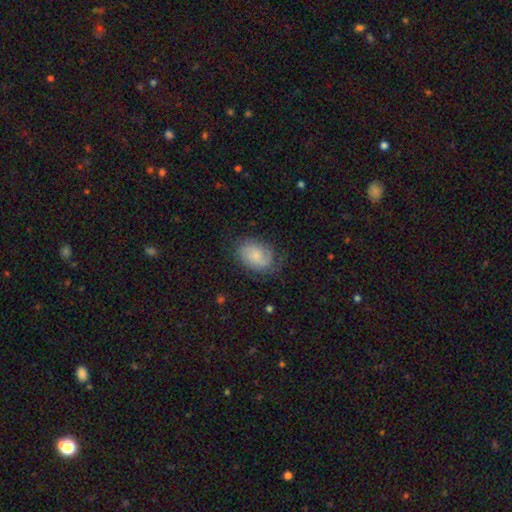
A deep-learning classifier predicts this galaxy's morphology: Q: Smooth or featured?
A: featured or disk (51%); runner-up: smooth (41%)
Q: Edge-on disk?
A: no (97%); runner-up: yes (3%)
Q: Merging?
A: none (66%); runner-up: minor disturbance (22%)